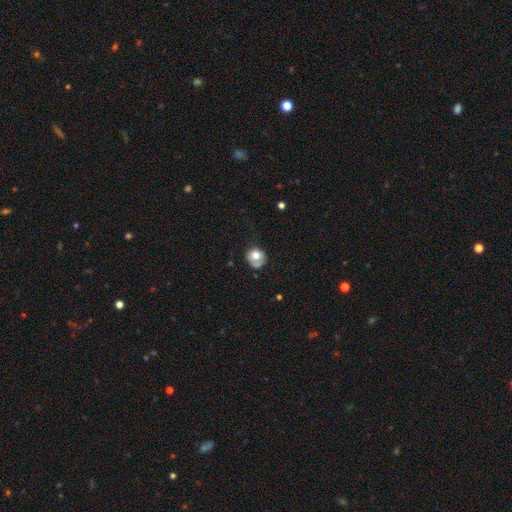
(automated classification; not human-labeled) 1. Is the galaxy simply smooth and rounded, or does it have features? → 69% smooth, 22% featured or disk, 9% star or artifact.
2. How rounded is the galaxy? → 76% round, 23% in between, 1% cigar-shaped.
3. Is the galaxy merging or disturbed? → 46% none, 28% minor disturbance, 18% major disturbance, 8% merger.